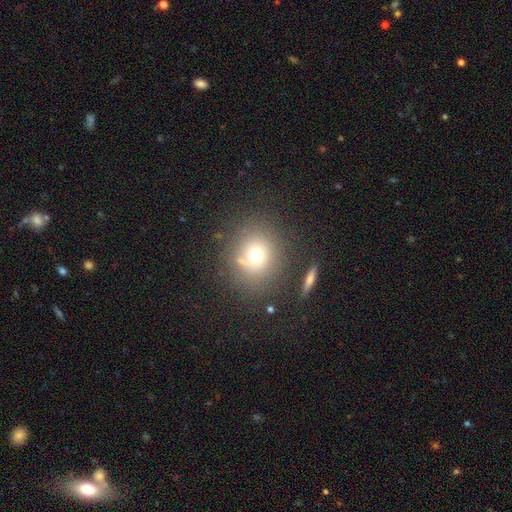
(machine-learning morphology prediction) The model was most divided on "smooth or featured": smooth: 67%, star or artifact: 17%, featured or disk: 16%. More confident: how rounded — round (85%); merging — none (72%).